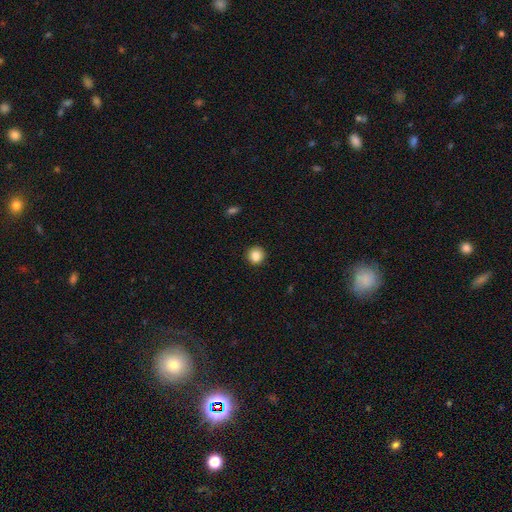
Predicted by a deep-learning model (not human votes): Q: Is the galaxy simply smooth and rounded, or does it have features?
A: smooth — 87%.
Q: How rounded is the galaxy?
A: round — 93%.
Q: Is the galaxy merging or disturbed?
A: none — 92%.